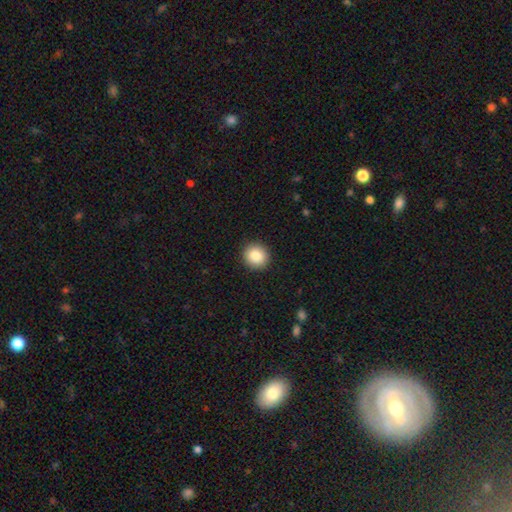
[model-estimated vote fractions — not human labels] Smooth or featured?
  - smooth: 86% *
  - star or artifact: 8%
  - featured or disk: 5%
How rounded?
  - round: 89% *
  - in between: 10%
  - cigar-shaped: 1%
Merging?
  - none: 92% *
  - minor disturbance: 5%
  - major disturbance: 2%
  - merger: 1%